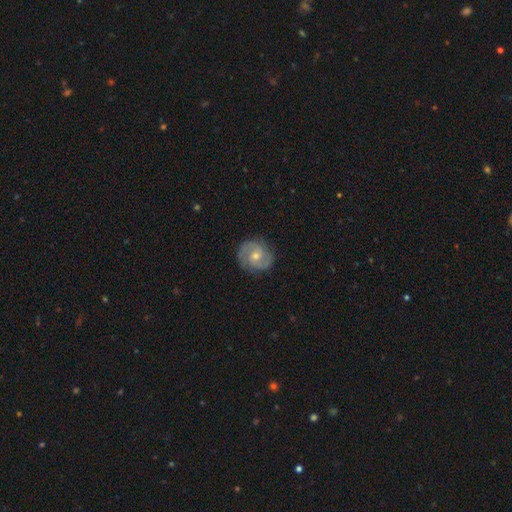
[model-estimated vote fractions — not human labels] Q: Smooth or featured?
A: featured or disk (81%); runner-up: smooth (12%)
Q: Edge-on disk?
A: no (98%); runner-up: yes (2%)
Q: Bar?
A: no (60%); runner-up: weak (34%)
Q: Spiral arms?
A: yes (96%); runner-up: no (4%)
Q: Spiral winding?
A: tight (46%); runner-up: medium (44%)
Q: Spiral arm count?
A: 2 (85%); runner-up: can't tell (6%)
Q: Bulge size?
A: moderate (59%); runner-up: small (37%)
Q: Merging?
A: none (85%); runner-up: minor disturbance (11%)